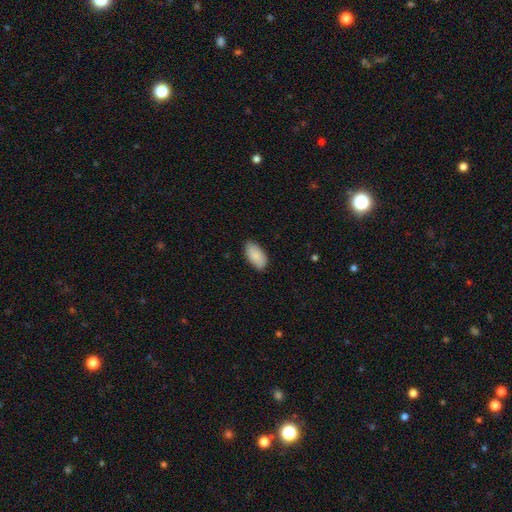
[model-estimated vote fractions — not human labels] smooth-or-featured: smooth: 86% | featured or disk: 8% | star or artifact: 6%
  how-rounded: in between: 95% | round: 3% | cigar-shaped: 2%
  merging: none: 82% | minor disturbance: 15% | major disturbance: 2% | merger: 1%